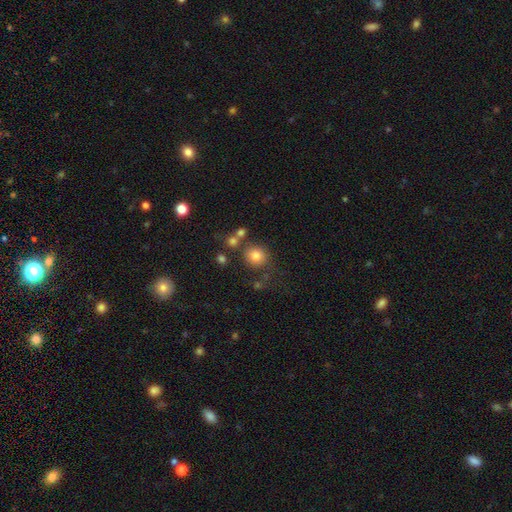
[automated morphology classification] smooth-or-featured: smooth: 80% | star or artifact: 12% | featured or disk: 8%
  how-rounded: round: 87% | in between: 12% | cigar-shaped: 1%
  merging: none: 70% | minor disturbance: 13% | merger: 11% | major disturbance: 6%